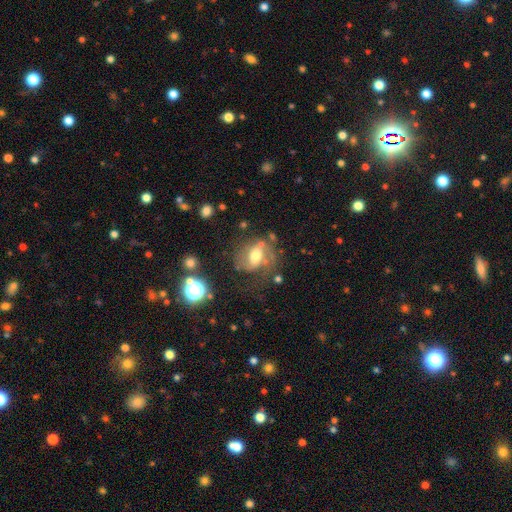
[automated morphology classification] Smooth or featured? Predicted: featured or disk (p=0.59). Edge-on disk? Predicted: no (p=0.96). Bar? Predicted: weak (p=0.43). Spiral arms? Predicted: yes (p=0.76). Bulge size? Predicted: moderate (p=0.64). Merging? Predicted: none (p=0.46).